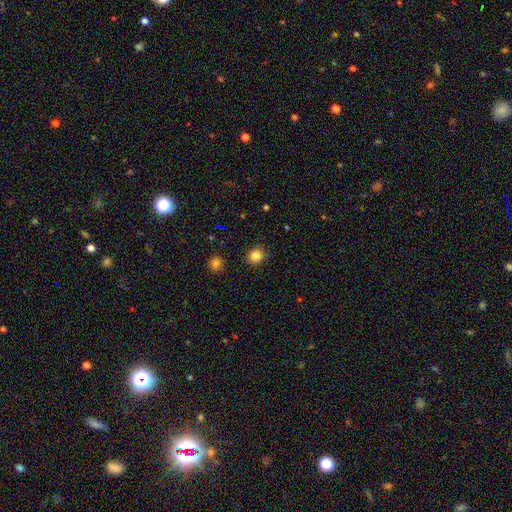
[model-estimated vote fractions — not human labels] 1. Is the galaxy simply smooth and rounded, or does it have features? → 83% smooth, 12% star or artifact, 5% featured or disk.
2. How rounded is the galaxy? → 87% round, 12% in between, 1% cigar-shaped.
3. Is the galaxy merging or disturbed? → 91% none, 6% minor disturbance, 2% major disturbance, 1% merger.